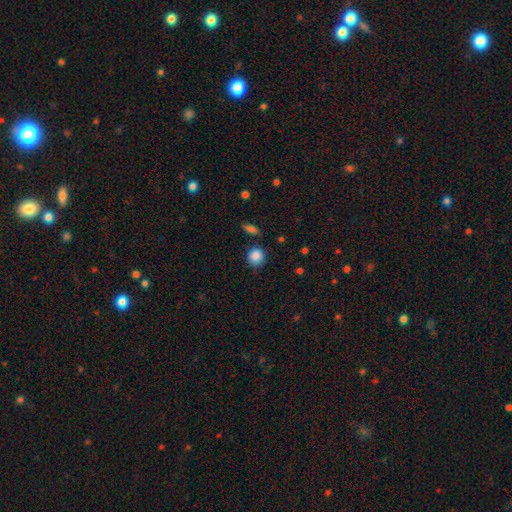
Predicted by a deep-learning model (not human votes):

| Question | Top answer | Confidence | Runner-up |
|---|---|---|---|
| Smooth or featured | smooth | 87% | star or artifact (9%) |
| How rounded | round | 87% | in between (12%) |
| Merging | none | 80% | minor disturbance (14%) |